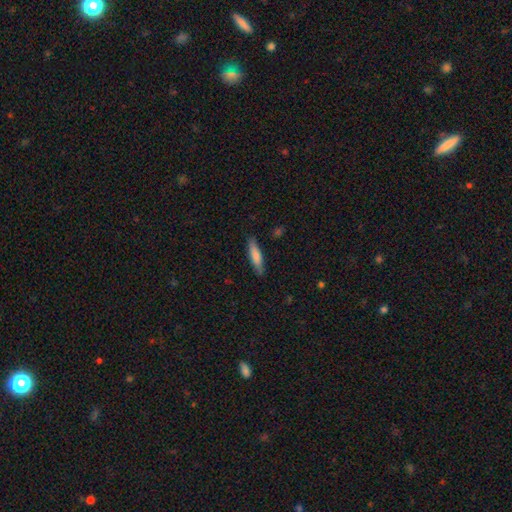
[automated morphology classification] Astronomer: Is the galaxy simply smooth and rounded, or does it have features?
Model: smooth — 76%.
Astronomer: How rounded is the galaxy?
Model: cigar-shaped — 77%.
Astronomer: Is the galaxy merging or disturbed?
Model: none — 86%.